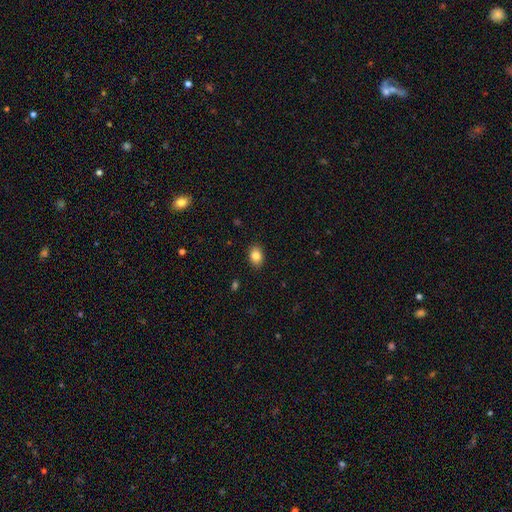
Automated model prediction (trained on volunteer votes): This appears to be a smooth galaxy with no disk features (84%) that is in between round and cigar-shaped (75%). Merging: none (89%).